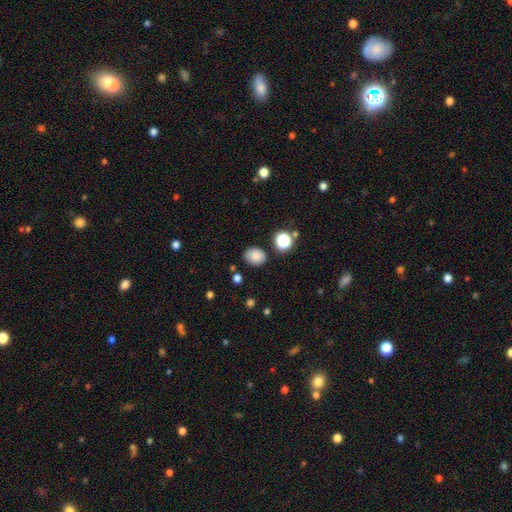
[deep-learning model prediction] smooth_or_featured: smooth (p=0.83) [alt: star or artifact p=0.12]
how_rounded: in between (p=0.58) [alt: round p=0.41]
merging: none (p=0.80) [alt: minor disturbance p=0.13]